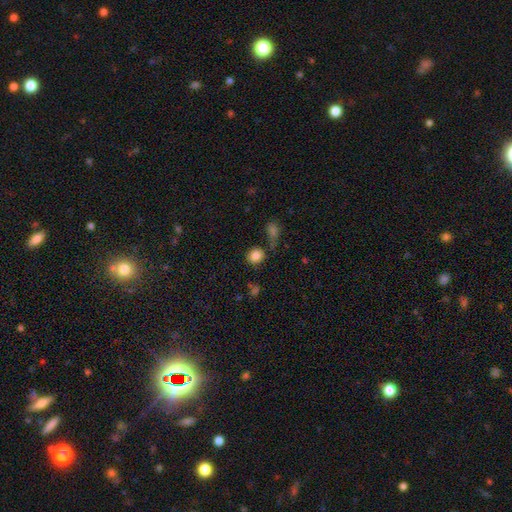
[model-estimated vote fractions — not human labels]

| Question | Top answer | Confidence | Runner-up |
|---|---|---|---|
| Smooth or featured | smooth | 85% | star or artifact (10%) |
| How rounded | round | 76% | in between (23%) |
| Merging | none | 72% | minor disturbance (13%) |